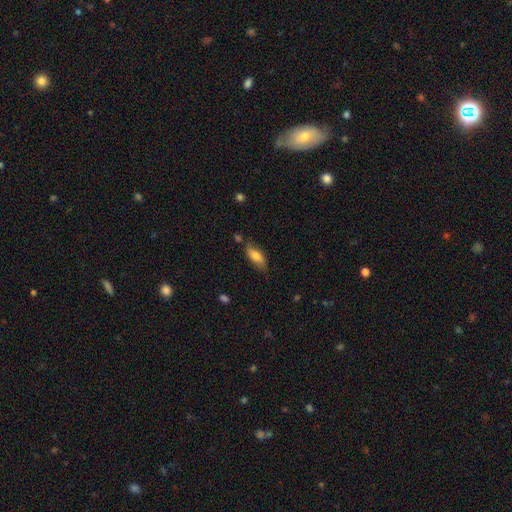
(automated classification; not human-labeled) The model was most divided on "merging": none: 71%, minor disturbance: 21%, merger: 4%, major disturbance: 4%. More confident: how rounded — in between (76%); smooth or featured — smooth (73%).